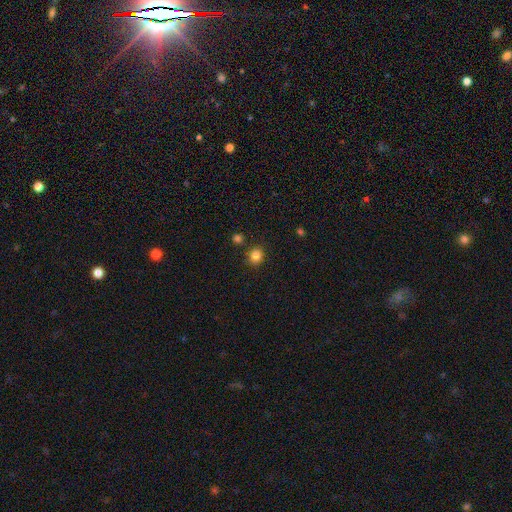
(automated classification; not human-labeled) A smooth galaxy with no disk features (85%) that is round (82%).

Vote fractions:
- Smooth or featured? smooth: 85% / star or artifact: 12% / featured or disk: 4%
- How rounded? round: 82% / in between: 17% / cigar-shaped: 1%
- Merging? none: 84% / minor disturbance: 9% / merger: 5% / major disturbance: 3%